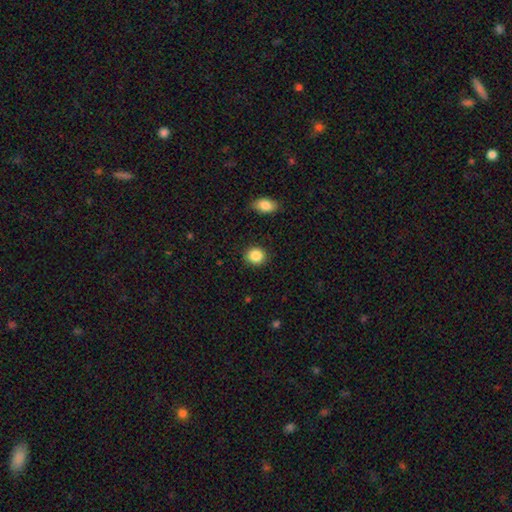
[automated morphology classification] A smooth galaxy with no disk features (87%) that is round (81%). Merging: none (90%).